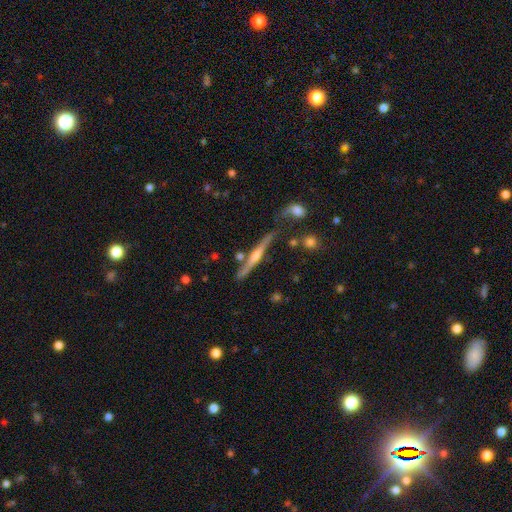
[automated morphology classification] Smooth or featured? featured or disk (75%)
Edge-on disk? yes (96%)
Edge-on bulge? rounded (80%)
Merging? none (70%)